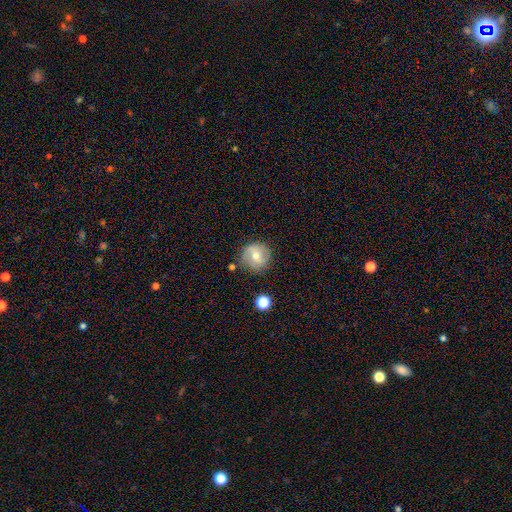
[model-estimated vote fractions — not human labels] This is possibly a smooth galaxy (53%). How rounded: clearly round (92%). Merging: likely none (77%).